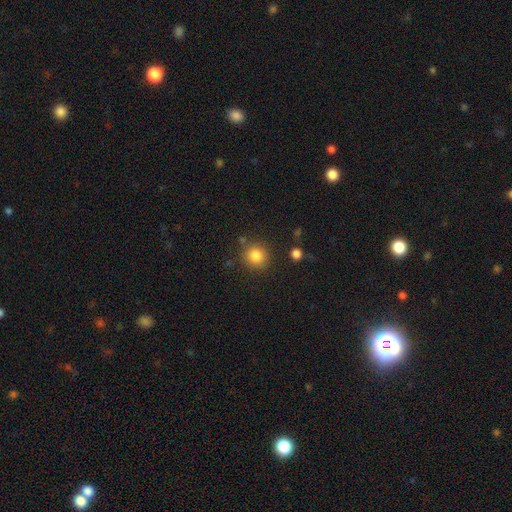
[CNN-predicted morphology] A smooth galaxy with no disk features (84%) that is round (91%).

Vote fractions:
- Smooth or featured? smooth: 84% / star or artifact: 11% / featured or disk: 5%
- How rounded? round: 91% / in between: 8% / cigar-shaped: 1%
- Merging? none: 85% / minor disturbance: 8% / merger: 4% / major disturbance: 3%